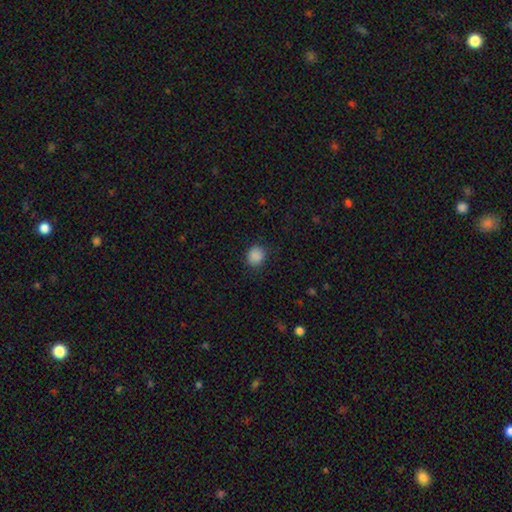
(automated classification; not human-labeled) Smooth or featured? Predicted: smooth (p=0.87). How rounded? Predicted: round (p=0.72). Merging? Predicted: none (p=0.83).